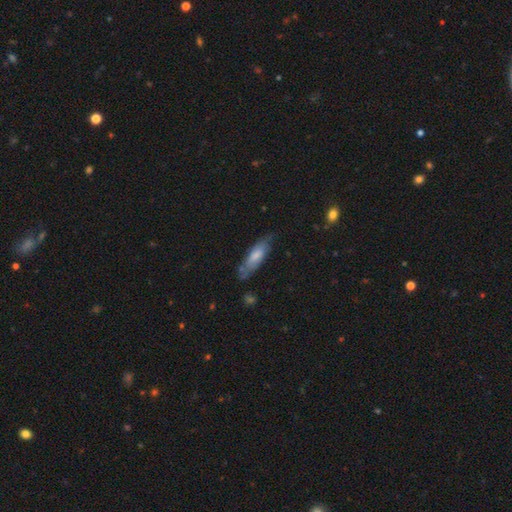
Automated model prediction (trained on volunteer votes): Smooth or featured? Predicted: smooth (p=0.61). How rounded? Predicted: cigar-shaped (p=0.55). Merging? Predicted: none (p=0.66).